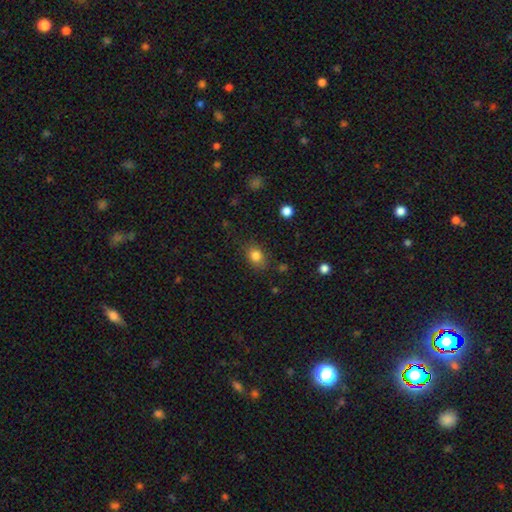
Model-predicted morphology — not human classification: Smooth or featured? Predicted: smooth (p=0.83). How rounded? Predicted: in between (p=0.60). Merging? Predicted: none (p=0.80).